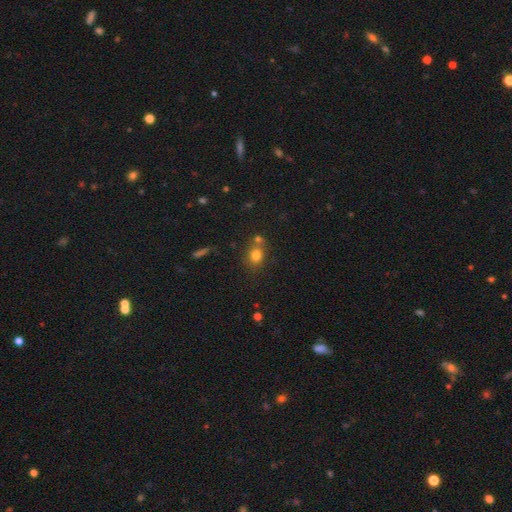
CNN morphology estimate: Q: Smooth or featured?
A: smooth (77%); runner-up: star or artifact (14%)
Q: How rounded?
A: round (62%); runner-up: in between (37%)
Q: Merging?
A: none (59%); runner-up: merger (24%)